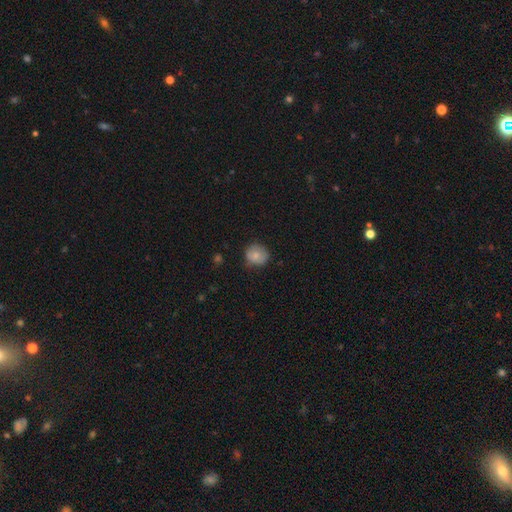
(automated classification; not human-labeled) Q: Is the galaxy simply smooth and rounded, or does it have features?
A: smooth — 80%.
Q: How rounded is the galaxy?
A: round — 82%.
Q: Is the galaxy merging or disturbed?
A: none — 75%.